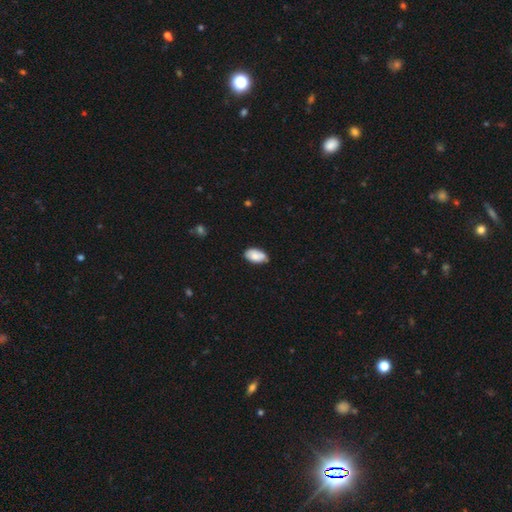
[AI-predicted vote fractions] Smooth or featured?
  - smooth: 81% *
  - featured or disk: 12%
  - star or artifact: 7%
How rounded?
  - in between: 94% *
  - round: 4%
  - cigar-shaped: 2%
Merging?
  - none: 71% *
  - minor disturbance: 23%
  - major disturbance: 3%
  - merger: 2%